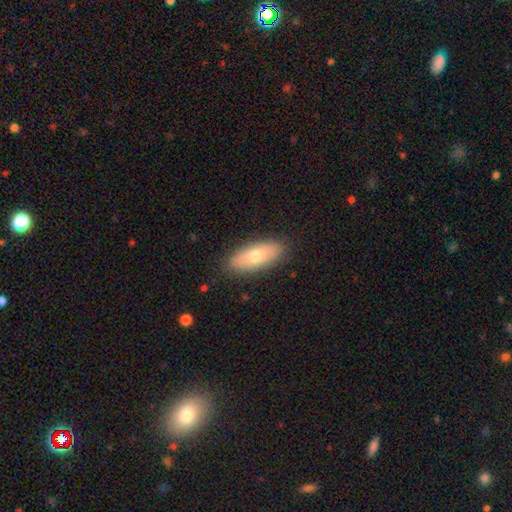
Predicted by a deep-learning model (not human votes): smooth 69%, featured or disk 24%, star or artifact 6%. Down the decision tree: how rounded — in between (80%); merging — none (88%).